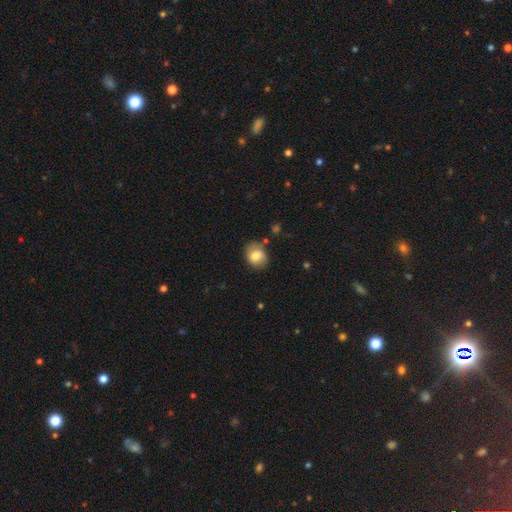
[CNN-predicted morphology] A smooth galaxy with no disk features (75%) that is round (54%).

Vote fractions:
- Smooth or featured? smooth: 75% / featured or disk: 17% / star or artifact: 8%
- How rounded? round: 54% / in between: 45% / cigar-shaped: 1%
- Merging? none: 69% / minor disturbance: 21% / major disturbance: 6% / merger: 4%